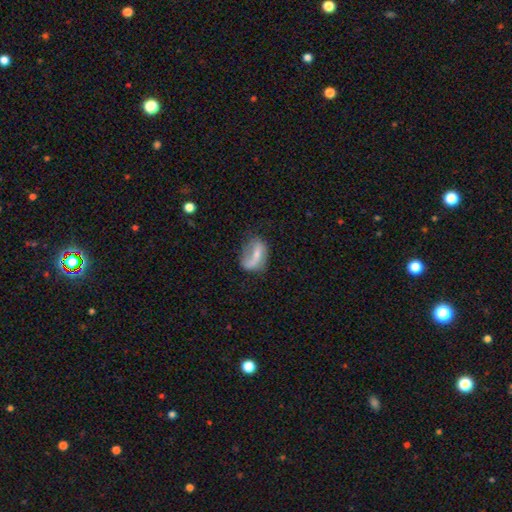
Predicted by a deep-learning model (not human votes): Smooth or featured? Predicted: featured or disk (p=0.51). Edge-on disk? Predicted: no (p=0.95). Merging? Predicted: none (p=0.43).